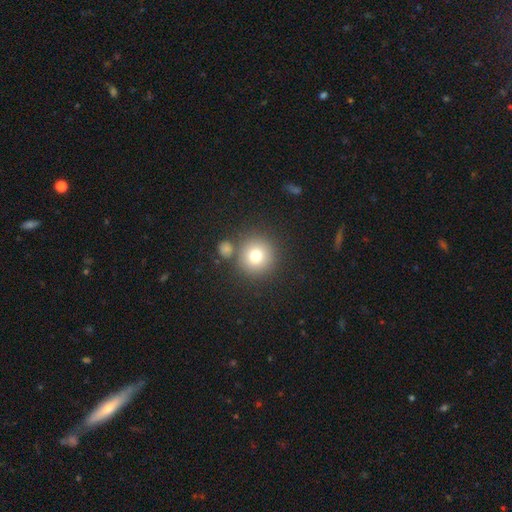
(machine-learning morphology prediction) type=smooth (77%); roundness=round (94%); merging=none (79%).